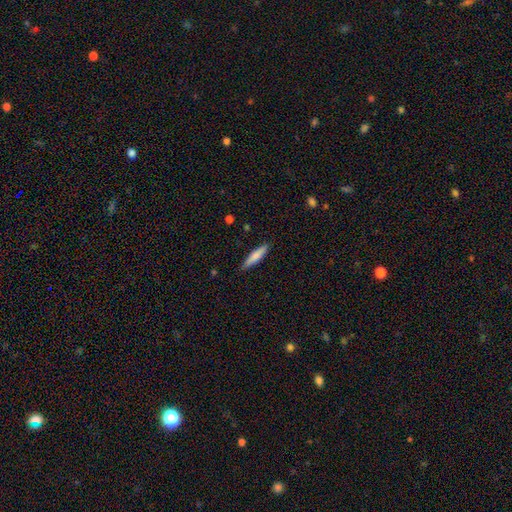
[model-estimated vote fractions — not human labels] The model was most divided on "smooth or featured": smooth: 73%, featured or disk: 22%, star or artifact: 6%. More confident: merging — none (87%); how rounded — cigar-shaped (84%).